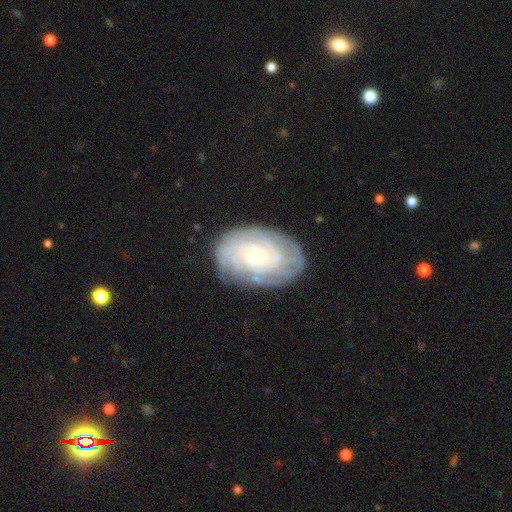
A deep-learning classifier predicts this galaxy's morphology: This appears to be a featured or disk galaxy (77%) with no bar (80%), tight (74%) spiral arms (93%) and a small central bulge (69%). Merging: none (80%).